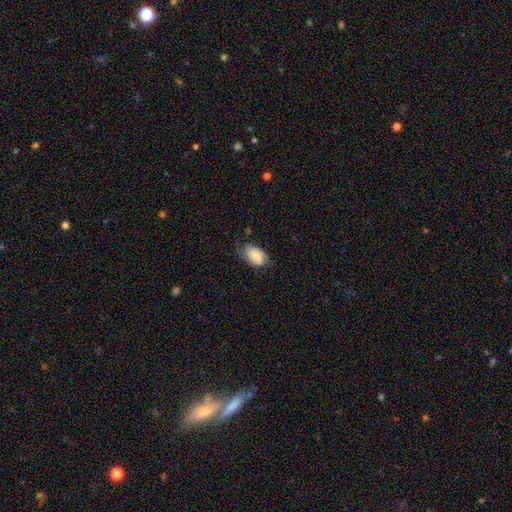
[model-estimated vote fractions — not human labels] Smooth or featured?
  - smooth: 78% *
  - featured or disk: 15%
  - star or artifact: 7%
How rounded?
  - in between: 91% *
  - round: 8%
  - cigar-shaped: 1%
Merging?
  - none: 61% *
  - minor disturbance: 30%
  - major disturbance: 8%
  - merger: 1%